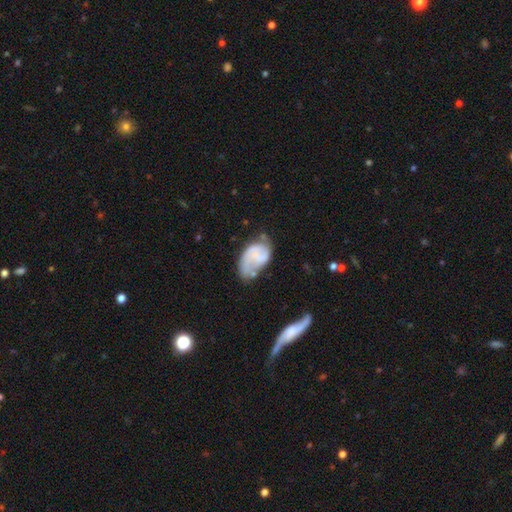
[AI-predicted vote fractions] Smooth or featured? Predicted: smooth (p=0.47). Merging? Predicted: minor disturbance (p=0.33).